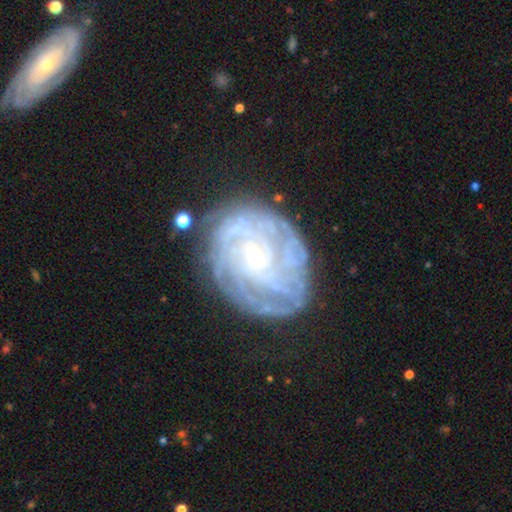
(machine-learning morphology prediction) Smooth or featured: featured or disk — 84% (smooth — 9%)
Edge-on disk: no — 97% (yes — 3%)
Bar: no — 74% (weak — 20%)
Spiral arms: yes — 94% (no — 6%)
Spiral winding: tight — 77% (medium — 18%)
Spiral arm count: can't tell — 35% (4 — 19%)
Bulge size: small — 84% (moderate — 12%)
Merging: none — 74% (minor disturbance — 17%)